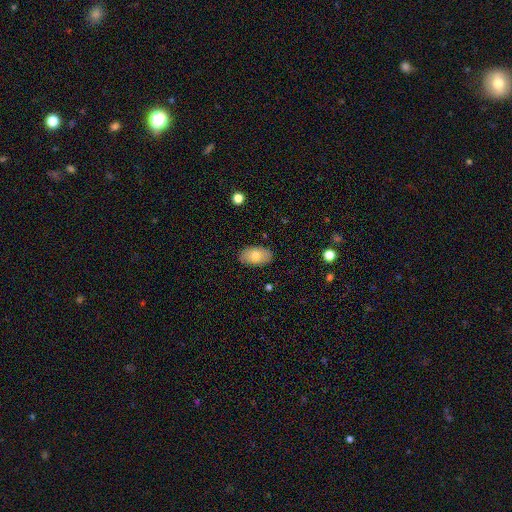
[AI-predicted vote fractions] Q: Smooth or featured?
A: smooth (72%); runner-up: featured or disk (21%)
Q: How rounded?
A: in between (93%); runner-up: round (5%)
Q: Merging?
A: none (87%); runner-up: minor disturbance (10%)